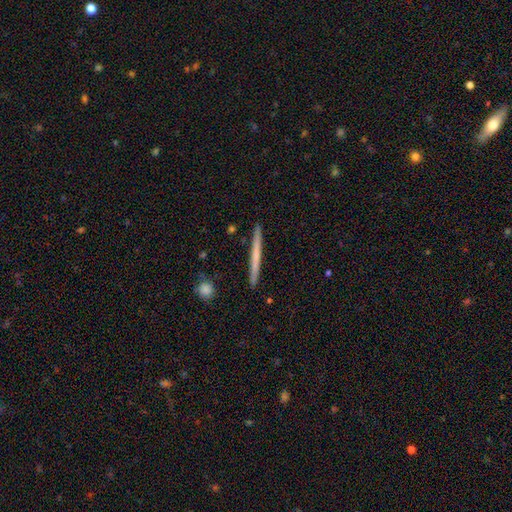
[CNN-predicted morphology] Smooth or featured? Predicted: smooth (p=0.52). How rounded? Predicted: cigar-shaped (p=0.97). Merging? Predicted: none (p=0.92).